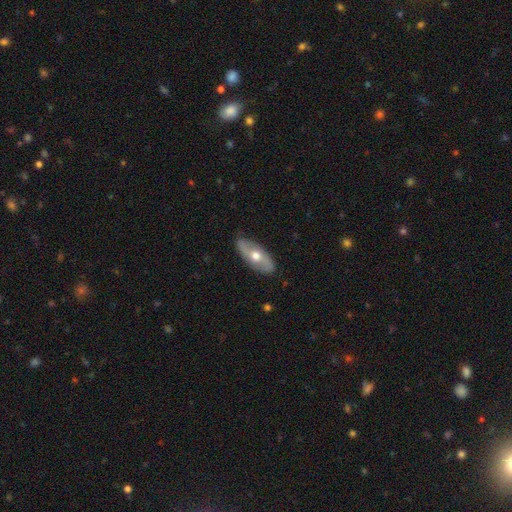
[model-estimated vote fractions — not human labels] The model was most divided on "smooth or featured": featured or disk: 56%, smooth: 39%, star or artifact: 5%. More confident: merging — none (85%); edge-on disk — no (76%).